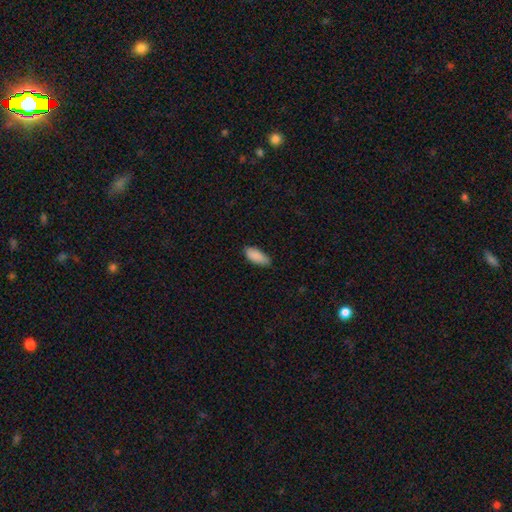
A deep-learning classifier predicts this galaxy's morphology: The model was most divided on "merging": none: 75%, minor disturbance: 21%, major disturbance: 3%, merger: 1%. More confident: smooth or featured — smooth (89%); how rounded — in between (84%).